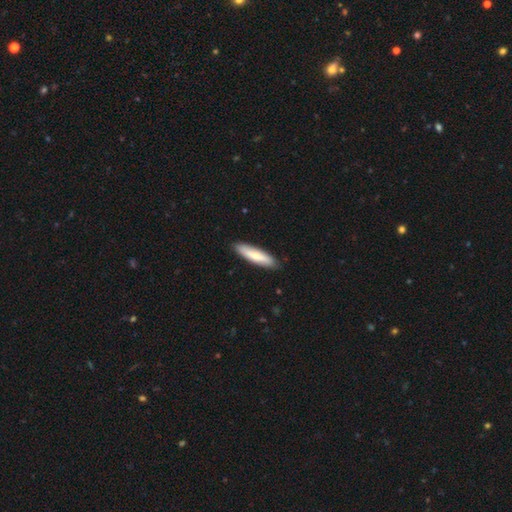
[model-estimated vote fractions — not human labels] Smooth or featured: smooth — 69% (featured or disk — 26%)
How rounded: cigar-shaped — 74% (in between — 25%)
Merging: none — 88% (minor disturbance — 9%)